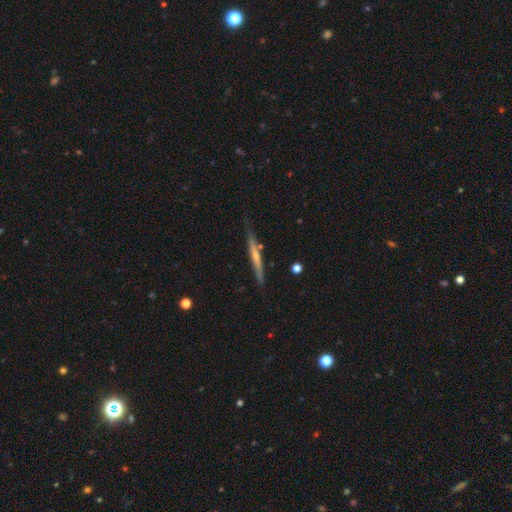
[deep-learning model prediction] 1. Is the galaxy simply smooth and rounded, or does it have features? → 63% featured or disk, 31% smooth, 6% star or artifact.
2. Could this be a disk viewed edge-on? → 96% yes, 4% no.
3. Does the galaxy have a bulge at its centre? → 50% rounded, 44% none, 6% boxy.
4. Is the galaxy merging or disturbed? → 80% none, 15% minor disturbance, 3% merger, 3% major disturbance.